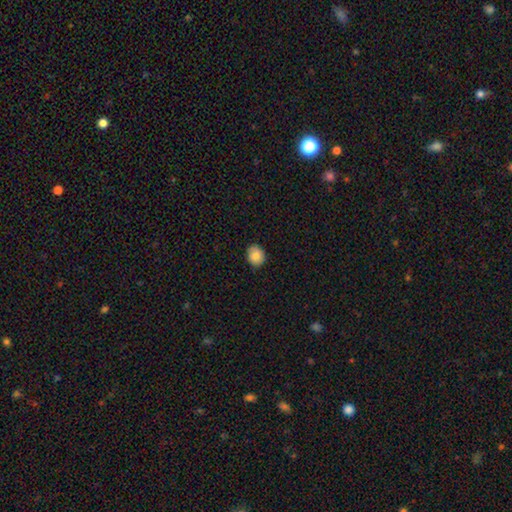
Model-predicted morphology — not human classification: Smooth or featured: smooth — 86% (star or artifact — 8%)
How rounded: round — 64% (in between — 36%)
Merging: none — 86% (minor disturbance — 11%)